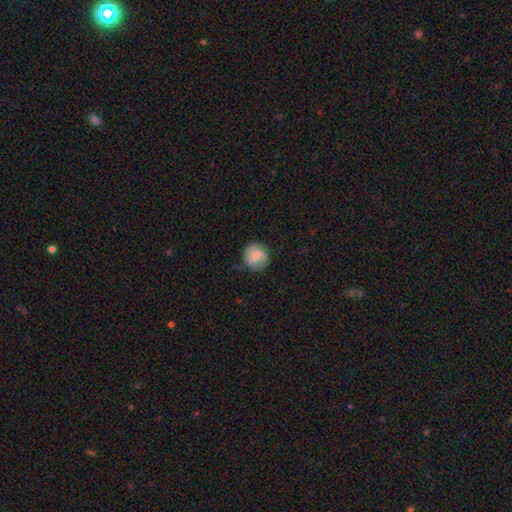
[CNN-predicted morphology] Q: Smooth or featured?
A: featured or disk (53%); runner-up: smooth (40%)
Q: Edge-on disk?
A: no (98%); runner-up: yes (2%)
Q: Bar?
A: weak (49%); runner-up: no (40%)
Q: Spiral arms?
A: yes (91%); runner-up: no (9%)
Q: Bulge size?
A: small (47%); runner-up: moderate (34%)
Q: Merging?
A: none (81%); runner-up: minor disturbance (14%)